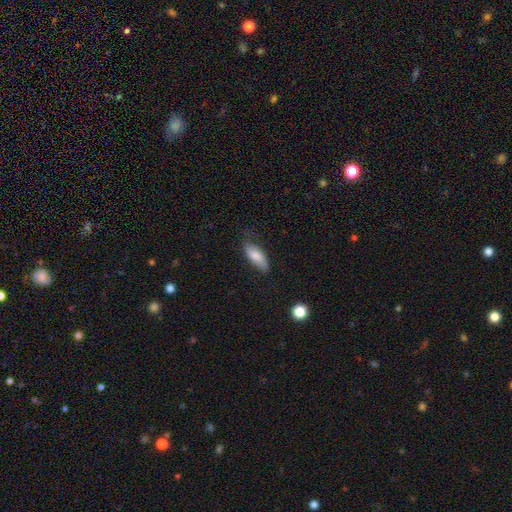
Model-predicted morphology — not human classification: smooth 77%, featured or disk 17%, star or artifact 6%. Down the decision tree: how rounded — in between (81%); merging — none (64%).